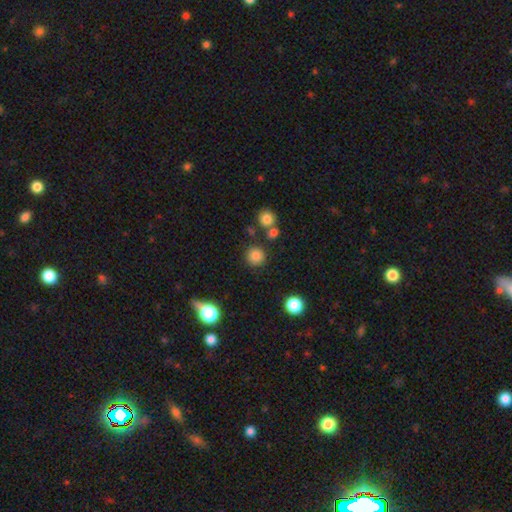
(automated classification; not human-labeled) Overall: smooth (82%). How rounded: round (93%). Merging: none (83%).